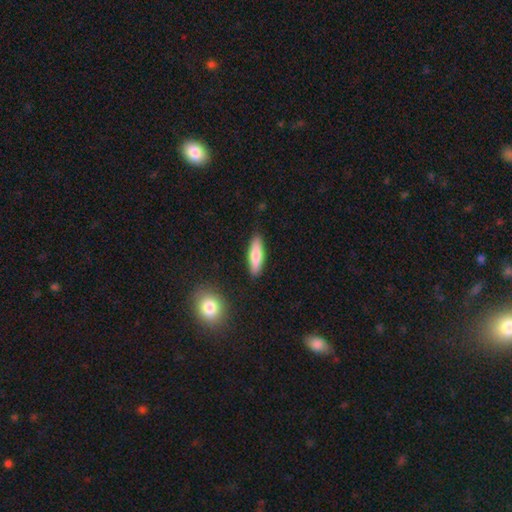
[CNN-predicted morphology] The model was most divided on "how rounded": cigar-shaped: 62%, in between: 36%, round: 2%. More confident: merging — none (87%); smooth or featured — smooth (77%).